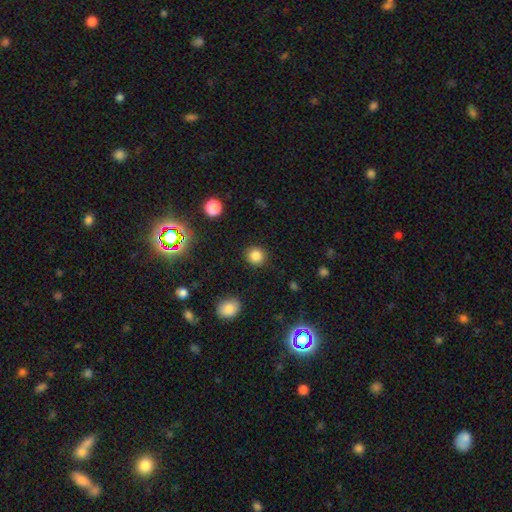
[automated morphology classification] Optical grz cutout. It shows a smooth galaxy with no disk features (84%) that is round (91%). Merging: none (90%).